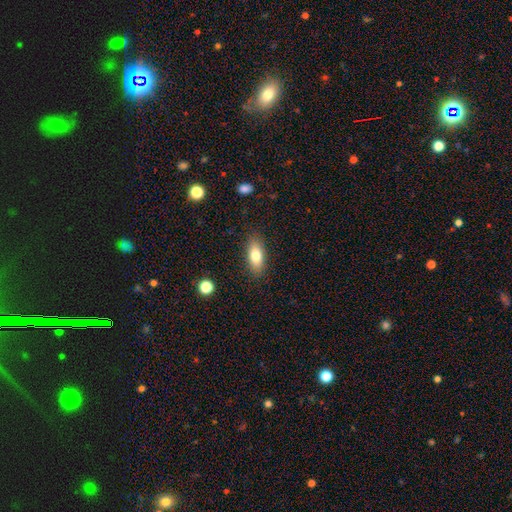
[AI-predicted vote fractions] smooth_or_featured: smooth (p=0.78) [alt: featured or disk p=0.15]
how_rounded: in between (p=0.80) [alt: cigar-shaped p=0.16]
merging: none (p=0.86) [alt: minor disturbance p=0.10]